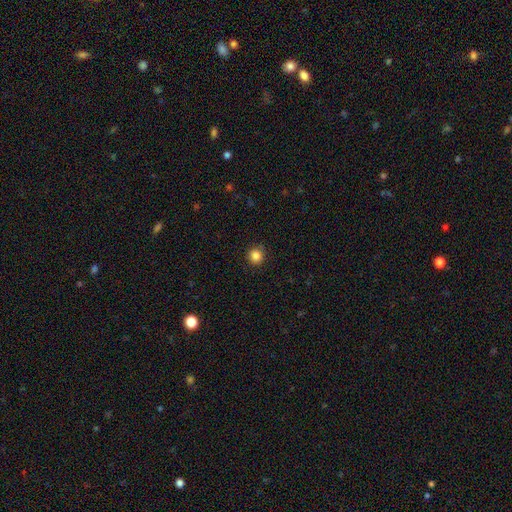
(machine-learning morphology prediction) smooth_or_featured: smooth (p=0.85) [alt: star or artifact p=0.11]
how_rounded: round (p=0.93) [alt: in between p=0.06]
merging: none (p=0.90) [alt: minor disturbance p=0.07]